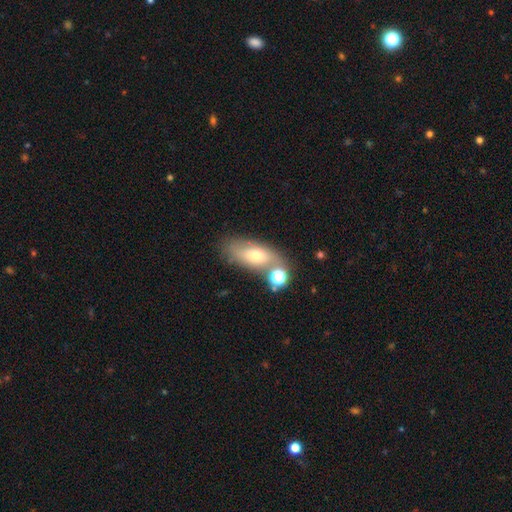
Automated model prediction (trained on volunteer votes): This is likely a smooth galaxy (65%). How rounded: likely in between (76%). Merging: possibly none (59%).